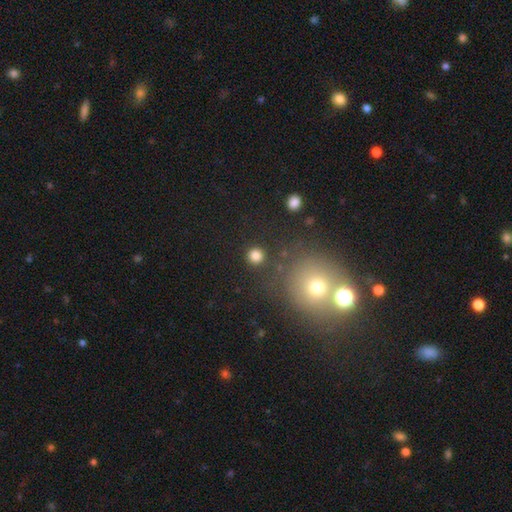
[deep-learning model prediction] A smooth galaxy with no disk features (82%) that is round (93%). Merging: none (88%).